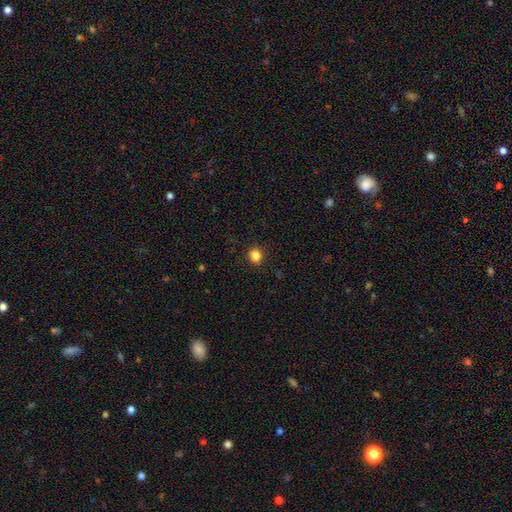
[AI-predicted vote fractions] Smooth or featured: smooth — 84% (star or artifact — 12%)
How rounded: round — 85% (in between — 14%)
Merging: none — 91% (minor disturbance — 6%)